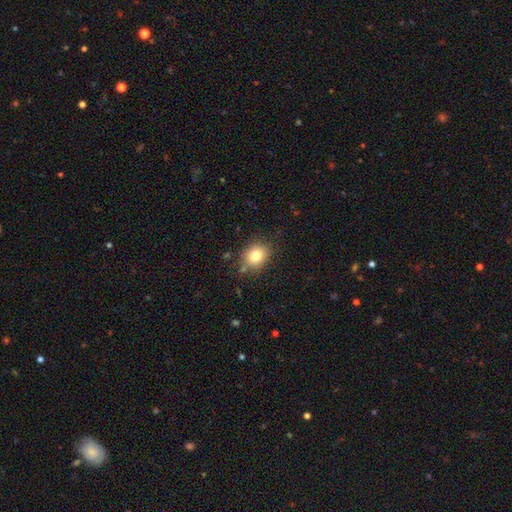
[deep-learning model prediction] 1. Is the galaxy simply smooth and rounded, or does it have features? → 80% smooth, 11% star or artifact, 9% featured or disk.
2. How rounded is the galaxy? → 55% round, 44% in between, 1% cigar-shaped.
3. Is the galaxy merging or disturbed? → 80% none, 13% minor disturbance, 4% major disturbance, 3% merger.